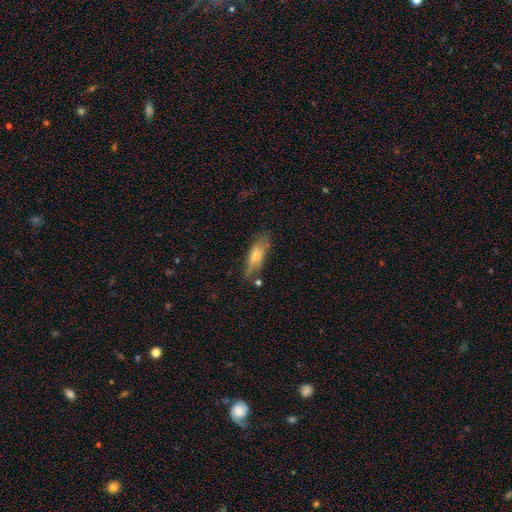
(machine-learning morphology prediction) The model was most divided on "how rounded": cigar-shaped: 50%, in between: 47%, round: 3%. More confident: merging — none (69%); smooth or featured — smooth (59%).